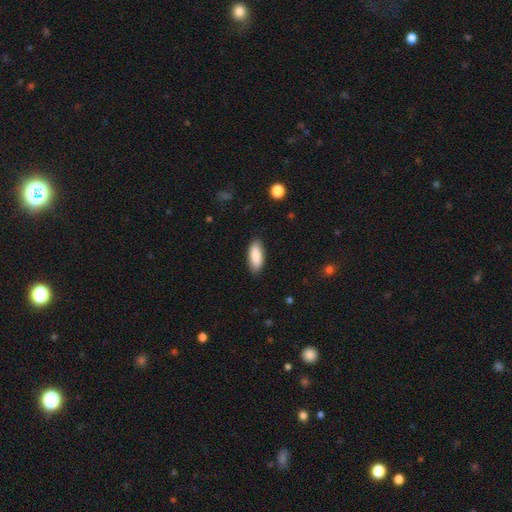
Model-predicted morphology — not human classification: smooth_or_featured: smooth (p=0.87) [alt: featured or disk p=0.07]
how_rounded: in between (p=0.78) [alt: cigar-shaped p=0.20]
merging: none (p=0.86) [alt: minor disturbance p=0.11]